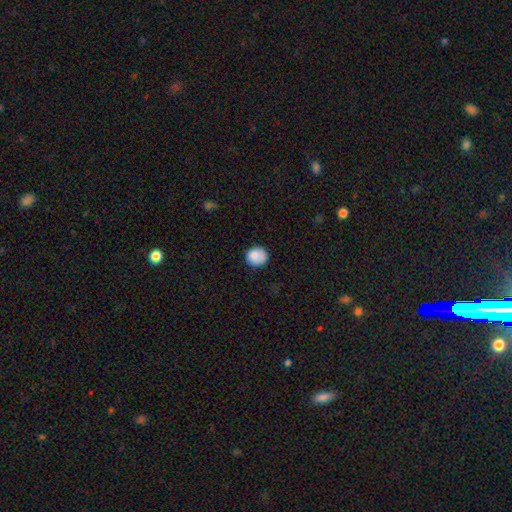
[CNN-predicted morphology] Smooth or featured: smooth — 83% (star or artifact — 8%)
How rounded: round — 79% (in between — 20%)
Merging: none — 75% (minor disturbance — 19%)